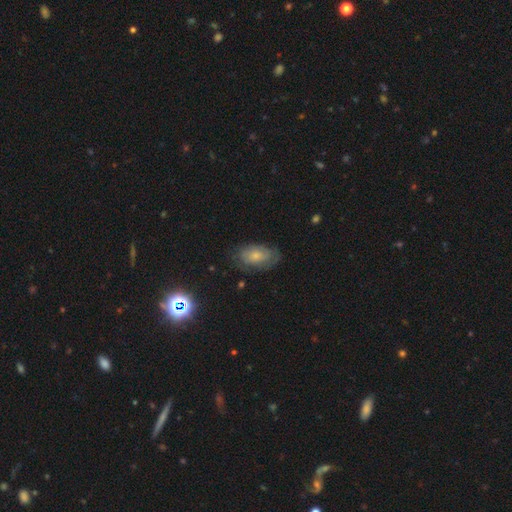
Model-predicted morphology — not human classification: This appears to be a smooth galaxy with no disk features (54%) that is in between round and cigar-shaped (90%). Merging: none (67%).